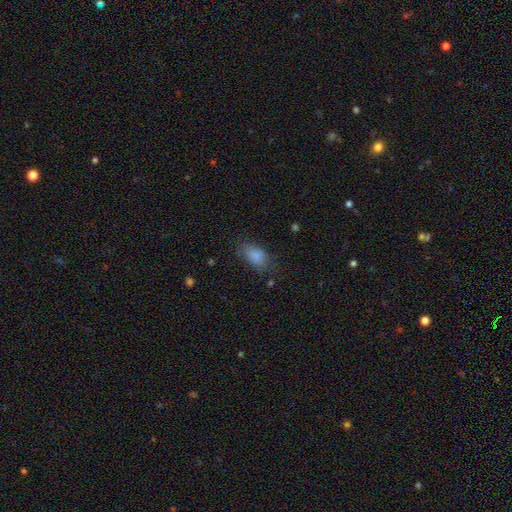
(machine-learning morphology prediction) This is clearly a smooth galaxy (85%). How rounded: clearly in between (90%). Merging: likely none (70%).